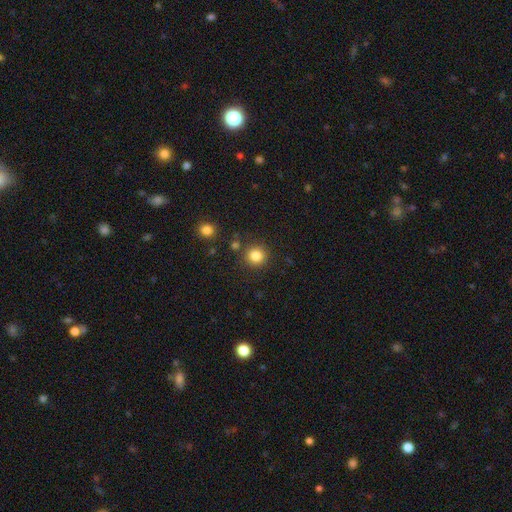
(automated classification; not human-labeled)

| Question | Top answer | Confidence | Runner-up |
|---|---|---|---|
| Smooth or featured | smooth | 84% | star or artifact (12%) |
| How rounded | round | 92% | in between (7%) |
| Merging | none | 85% | minor disturbance (8%) |